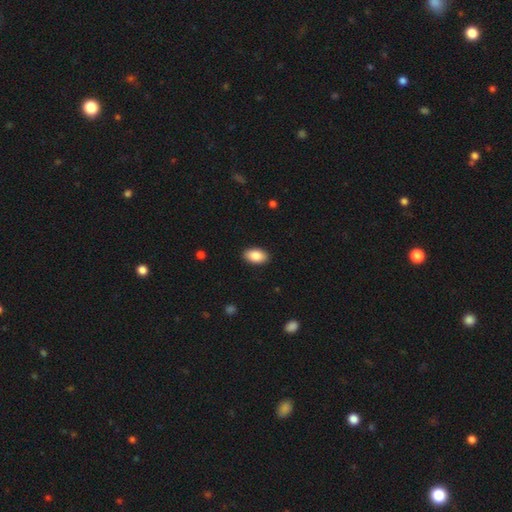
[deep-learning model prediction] The model was most divided on "smooth or featured": smooth: 87%, star or artifact: 7%, featured or disk: 6%. More confident: how rounded — in between (94%); merging — none (90%).